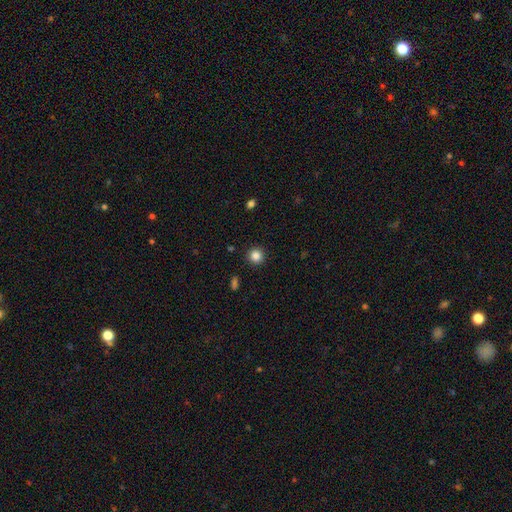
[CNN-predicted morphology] smooth_or_featured: smooth (p=0.84) [alt: star or artifact p=0.11]
how_rounded: round (p=0.94) [alt: in between p=0.05]
merging: none (p=0.92) [alt: minor disturbance p=0.05]